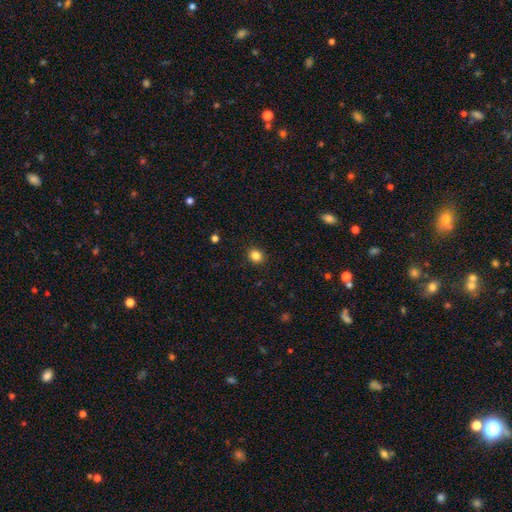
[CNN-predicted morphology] Smooth or featured? Predicted: smooth (p=0.84). How rounded? Predicted: round (p=0.75). Merging? Predicted: none (p=0.91).